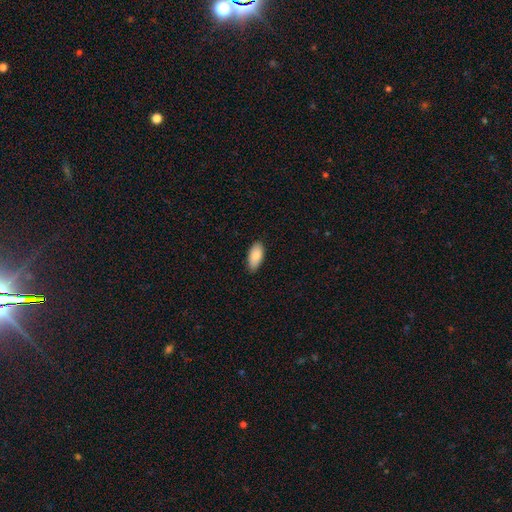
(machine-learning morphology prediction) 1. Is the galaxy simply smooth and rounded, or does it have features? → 87% smooth, 6% featured or disk, 6% star or artifact.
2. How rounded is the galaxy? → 93% in between, 6% cigar-shaped, 2% round.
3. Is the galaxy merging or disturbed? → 85% none, 12% minor disturbance, 2% major disturbance, 1% merger.